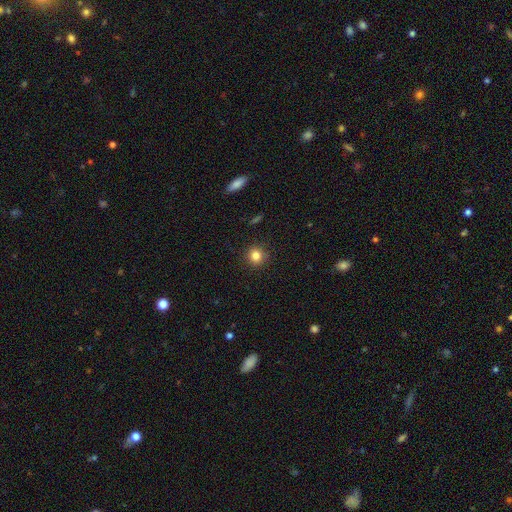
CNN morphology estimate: This appears to be a smooth galaxy with no disk features (83%) that is round (91%). Merging: none (91%).